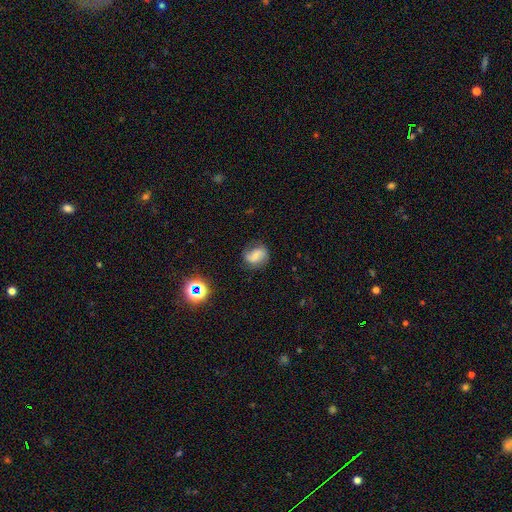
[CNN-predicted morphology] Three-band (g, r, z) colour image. It shows a smooth galaxy with no disk features (47%). Merging: none (67%).